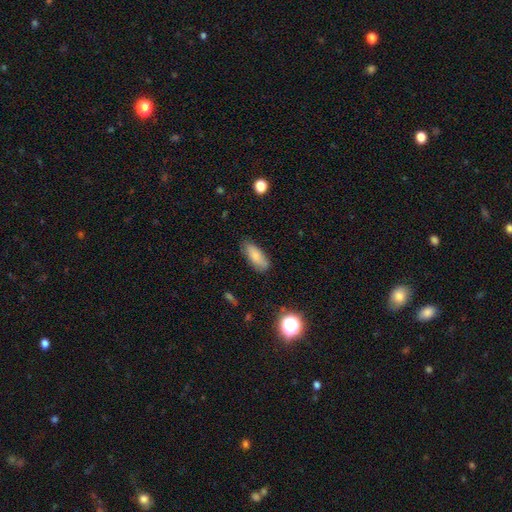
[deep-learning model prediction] Morphology: type=smooth (80%); roundness=in between (76%); merging=none (79%).